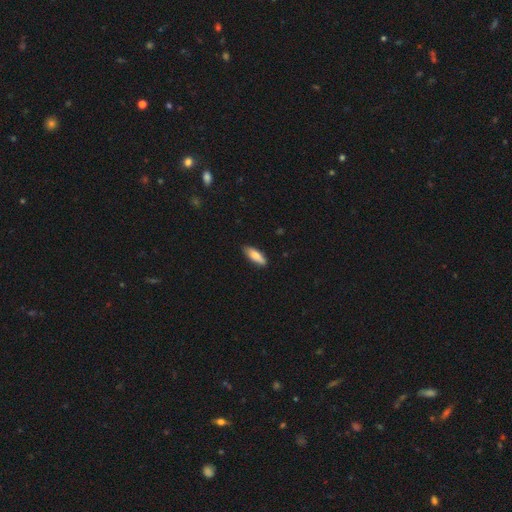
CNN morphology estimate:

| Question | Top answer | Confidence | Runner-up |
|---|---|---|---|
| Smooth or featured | smooth | 78% | featured or disk (16%) |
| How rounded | in between | 53% | cigar-shaped (45%) |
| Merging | none | 84% | minor disturbance (13%) |